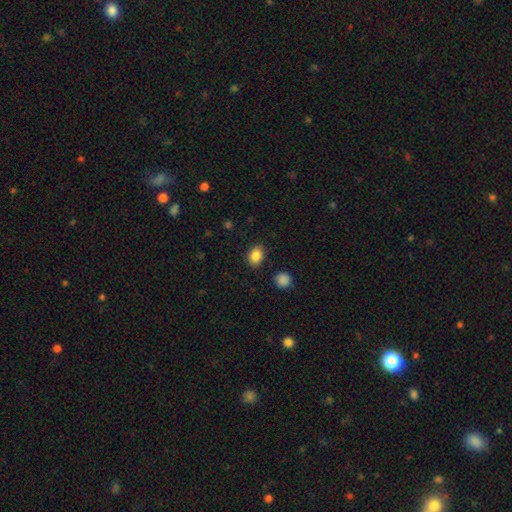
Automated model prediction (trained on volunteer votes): Smooth or featured? Predicted: smooth (p=0.86). How rounded? Predicted: in between (p=0.63). Merging? Predicted: none (p=0.84).